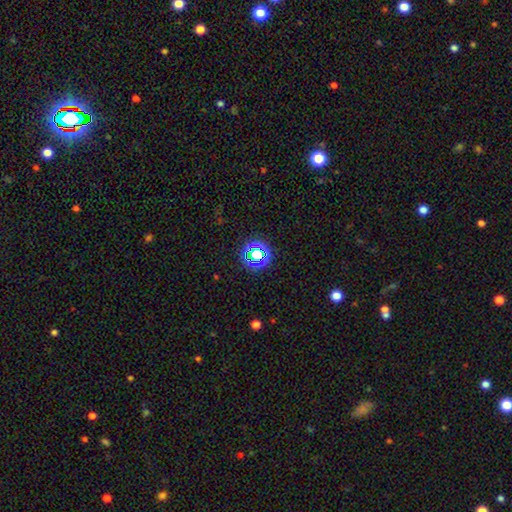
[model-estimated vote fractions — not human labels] Smooth or featured: star or artifact — 62% (smooth — 29%)